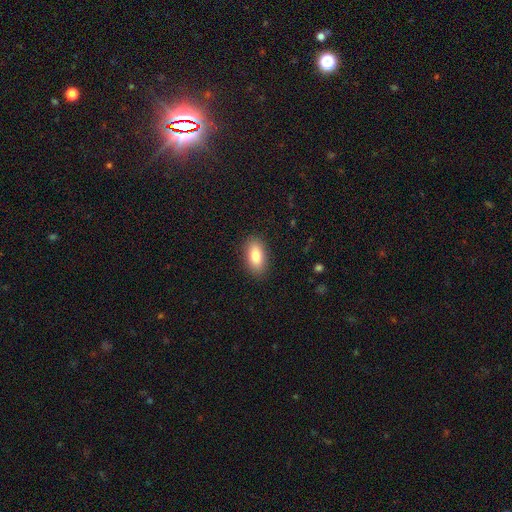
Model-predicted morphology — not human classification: Smooth or featured: smooth — 85% (featured or disk — 8%)
How rounded: in between — 89% (cigar-shaped — 8%)
Merging: none — 88% (minor disturbance — 8%)